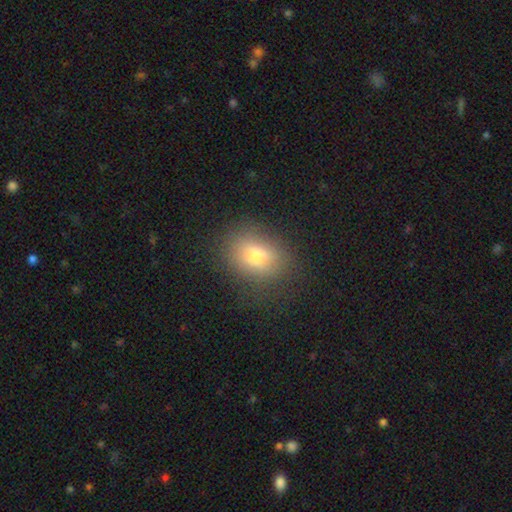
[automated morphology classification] This is likely a smooth galaxy (76%). How rounded: possibly in between (60%). Merging: likely none (76%).